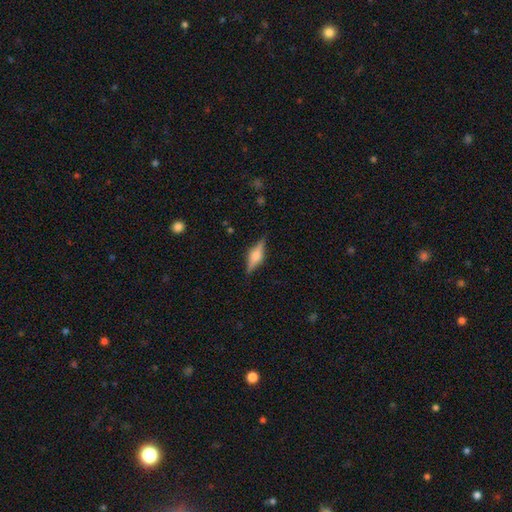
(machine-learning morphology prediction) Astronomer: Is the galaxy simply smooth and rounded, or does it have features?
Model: featured or disk — 60%.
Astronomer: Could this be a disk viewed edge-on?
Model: yes — 96%.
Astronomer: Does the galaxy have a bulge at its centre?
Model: rounded — 84%.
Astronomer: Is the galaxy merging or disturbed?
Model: none — 86%.